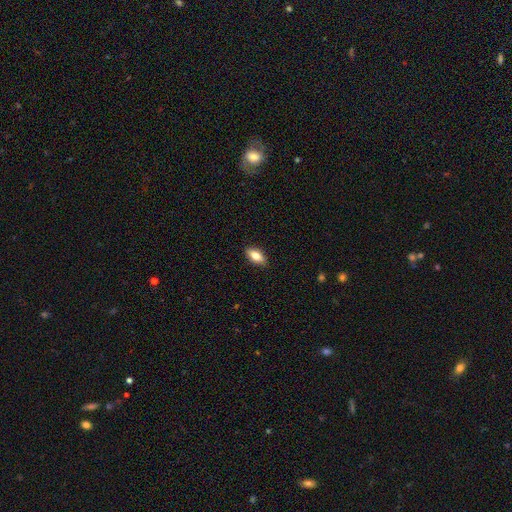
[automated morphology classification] The model was most divided on "smooth or featured": smooth: 79%, featured or disk: 14%, star or artifact: 7%. More confident: merging — none (88%); how rounded — in between (87%).